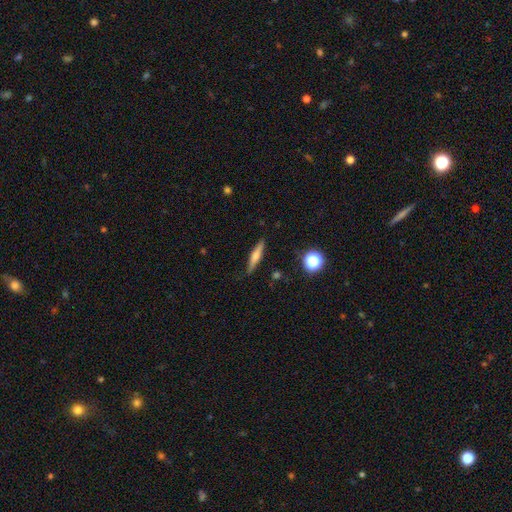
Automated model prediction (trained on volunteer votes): smooth-or-featured: smooth: 47% | featured or disk: 45% | star or artifact: 8%
  merging: none: 86% | minor disturbance: 10% | major disturbance: 2% | merger: 1%